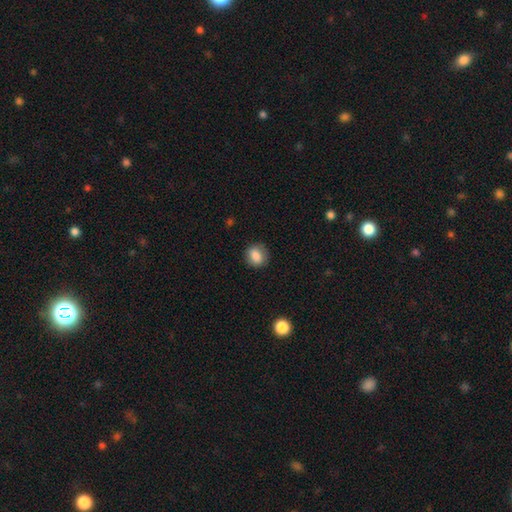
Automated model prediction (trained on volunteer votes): This is clearly a smooth galaxy (84%). How rounded: likely round (64%). Merging: clearly none (81%).